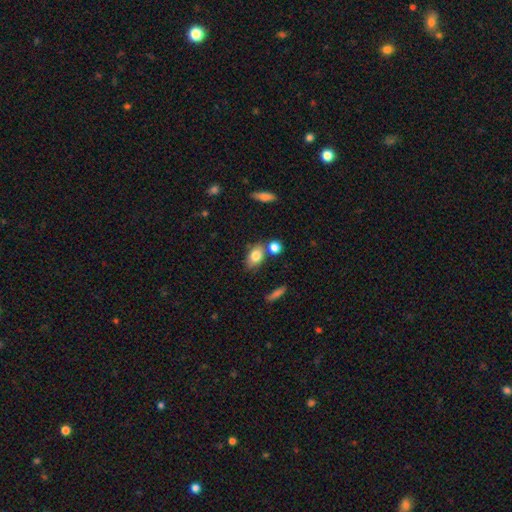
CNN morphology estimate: smooth-or-featured: smooth: 80% | featured or disk: 12% | star or artifact: 8%
  how-rounded: in between: 80% | round: 16% | cigar-shaped: 3%
  merging: none: 65% | merger: 17% | minor disturbance: 14% | major disturbance: 4%